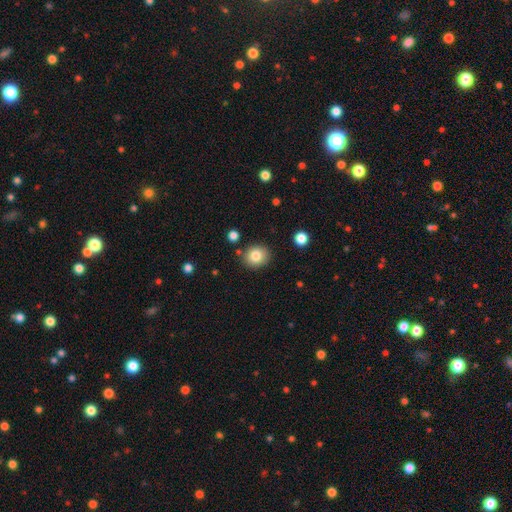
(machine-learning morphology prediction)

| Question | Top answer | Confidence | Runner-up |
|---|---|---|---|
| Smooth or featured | smooth | 82% | star or artifact (10%) |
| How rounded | round | 76% | in between (23%) |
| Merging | none | 85% | minor disturbance (9%) |